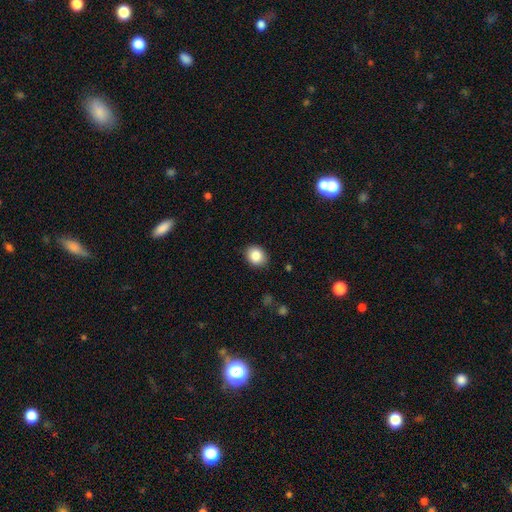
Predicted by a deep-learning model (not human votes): Q: Smooth or featured?
A: smooth (86%); runner-up: star or artifact (9%)
Q: How rounded?
A: round (59%); runner-up: in between (40%)
Q: Merging?
A: none (88%); runner-up: minor disturbance (9%)